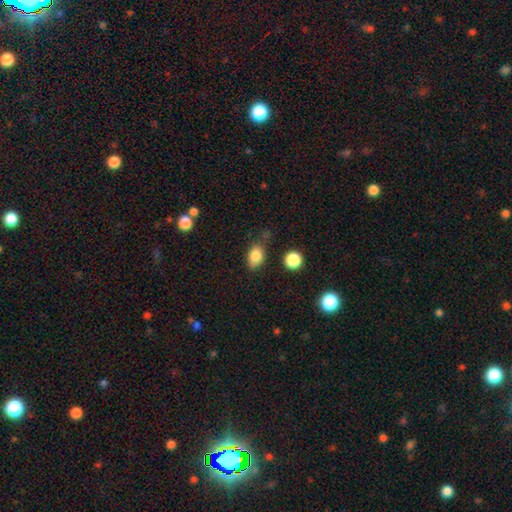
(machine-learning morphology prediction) A smooth galaxy with no disk features (83%) that is in between round and cigar-shaped (78%).

Vote fractions:
- Smooth or featured? smooth: 83% / star or artifact: 9% / featured or disk: 8%
- How rounded? in between: 78% / round: 20% / cigar-shaped: 2%
- Merging? none: 71% / minor disturbance: 20% / merger: 5% / major disturbance: 5%